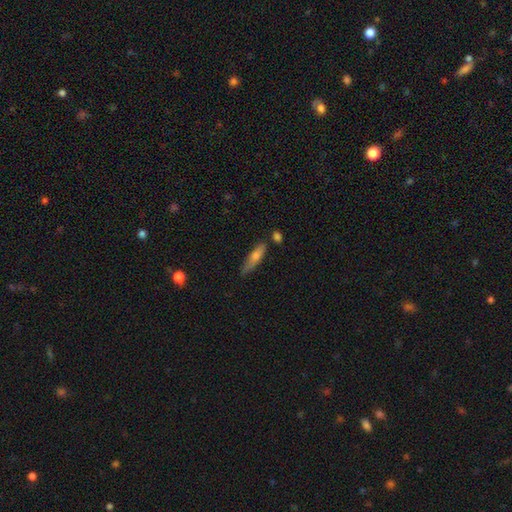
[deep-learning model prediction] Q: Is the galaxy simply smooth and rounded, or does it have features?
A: smooth — 54%.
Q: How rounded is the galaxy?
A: cigar-shaped — 77%.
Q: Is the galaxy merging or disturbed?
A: none — 73%.